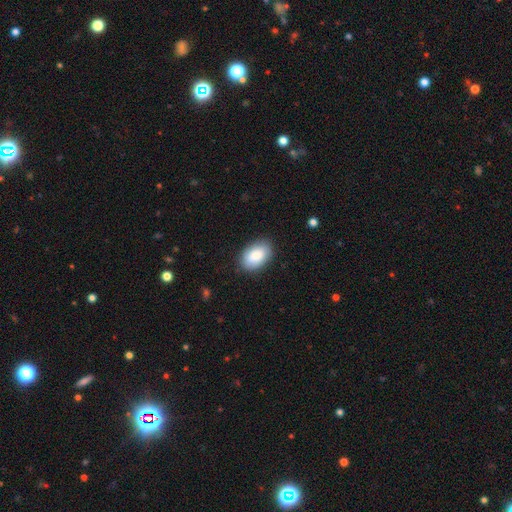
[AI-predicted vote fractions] Q: Smooth or featured?
A: smooth (86%); runner-up: featured or disk (8%)
Q: How rounded?
A: in between (92%); runner-up: round (7%)
Q: Merging?
A: none (85%); runner-up: minor disturbance (12%)